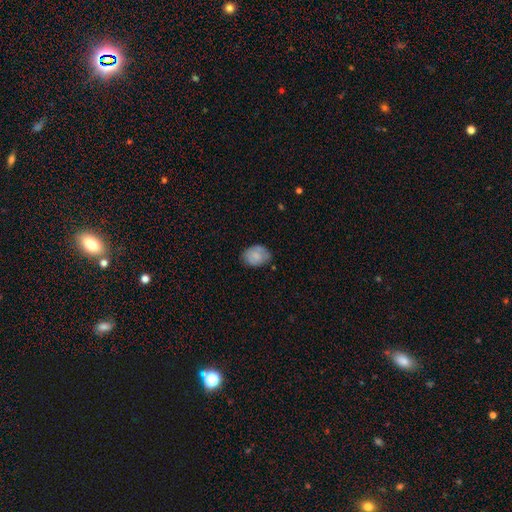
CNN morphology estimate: A smooth galaxy with no disk features (76%) that is in between round and cigar-shaped (63%). Merging: none (70%).